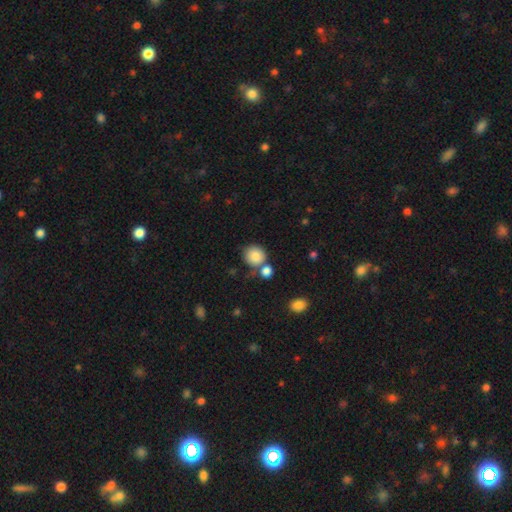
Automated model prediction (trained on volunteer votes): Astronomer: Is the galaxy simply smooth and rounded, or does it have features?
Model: smooth — 85%.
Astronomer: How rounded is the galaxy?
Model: round — 87%.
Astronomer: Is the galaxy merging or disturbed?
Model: none — 62%.